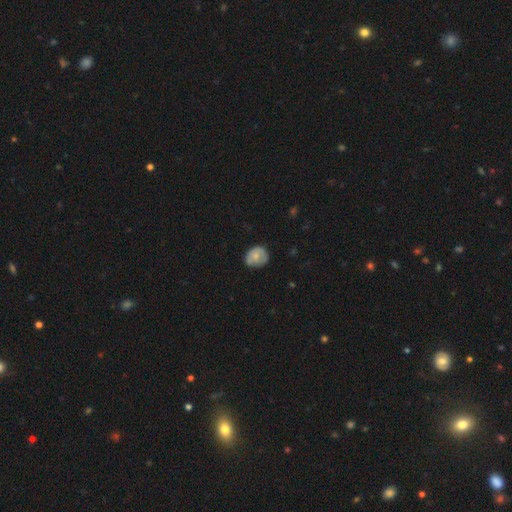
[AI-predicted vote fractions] Q: Smooth or featured?
A: smooth (67%); runner-up: featured or disk (26%)
Q: How rounded?
A: round (61%); runner-up: in between (38%)
Q: Merging?
A: none (59%); runner-up: minor disturbance (32%)